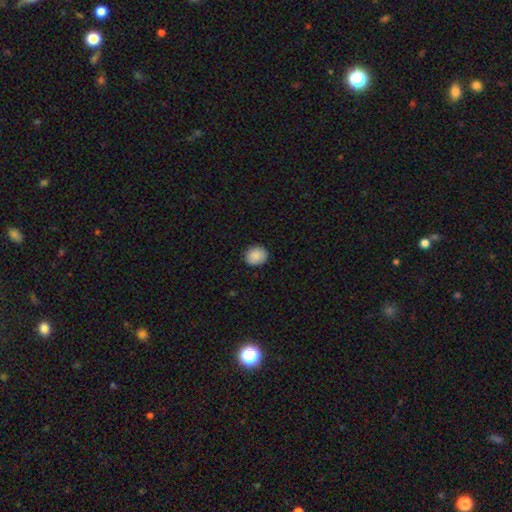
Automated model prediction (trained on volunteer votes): Q: Smooth or featured?
A: smooth (89%); runner-up: star or artifact (8%)
Q: How rounded?
A: round (71%); runner-up: in between (28%)
Q: Merging?
A: none (90%); runner-up: minor disturbance (7%)